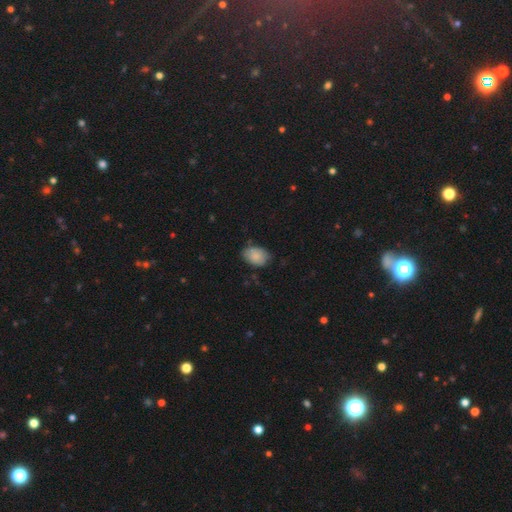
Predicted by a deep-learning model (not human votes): smooth-or-featured: smooth: 85% | featured or disk: 8% | star or artifact: 7%
  how-rounded: in between: 81% | round: 18% | cigar-shaped: 1%
  merging: none: 70% | minor disturbance: 24% | major disturbance: 4% | merger: 2%